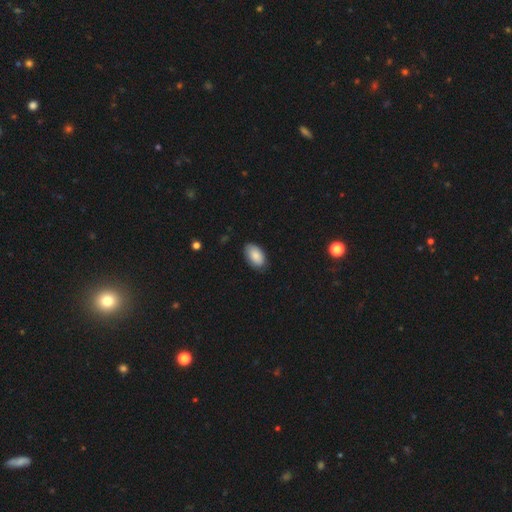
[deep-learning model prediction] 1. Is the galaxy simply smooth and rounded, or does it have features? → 85% smooth, 8% featured or disk, 6% star or artifact.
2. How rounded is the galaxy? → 94% in between, 5% round, 1% cigar-shaped.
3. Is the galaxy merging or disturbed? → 80% none, 17% minor disturbance, 3% major disturbance, 1% merger.